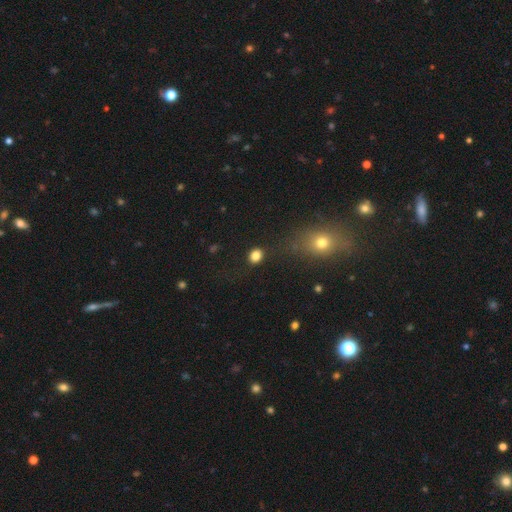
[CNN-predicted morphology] A smooth galaxy with no disk features (83%) that is round (64%). Merging: none (85%).